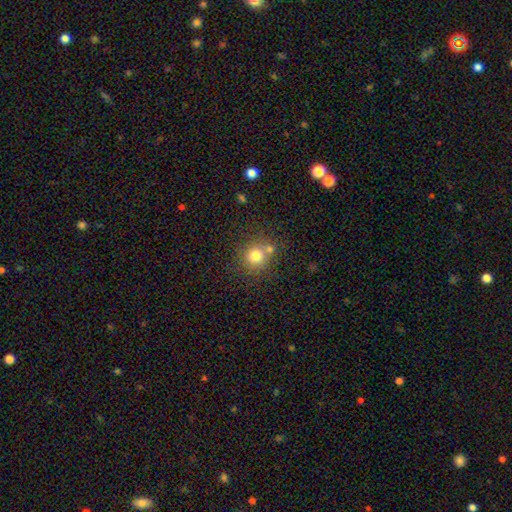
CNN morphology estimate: This appears to be a smooth galaxy with no disk features (77%) that is round (89%). Merging: none (62%).